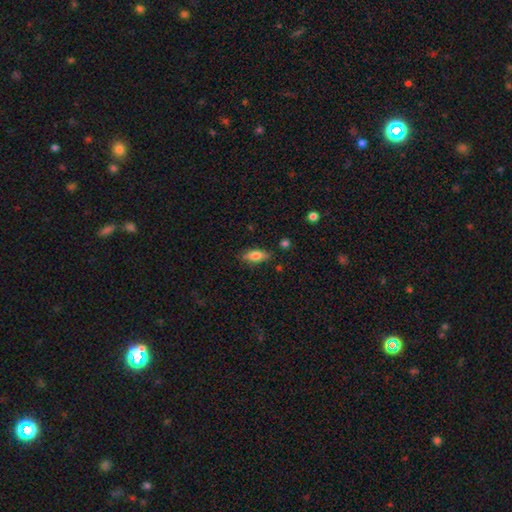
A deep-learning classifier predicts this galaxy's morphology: Smooth or featured? Predicted: smooth (p=0.76). How rounded? Predicted: in between (p=0.75). Merging? Predicted: none (p=0.82).